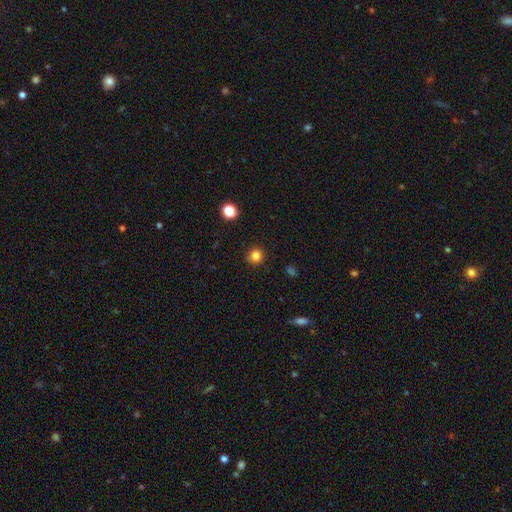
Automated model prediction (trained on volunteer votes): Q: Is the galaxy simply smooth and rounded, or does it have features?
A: smooth — 83%.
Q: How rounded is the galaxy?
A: round — 93%.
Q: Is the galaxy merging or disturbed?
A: none — 90%.